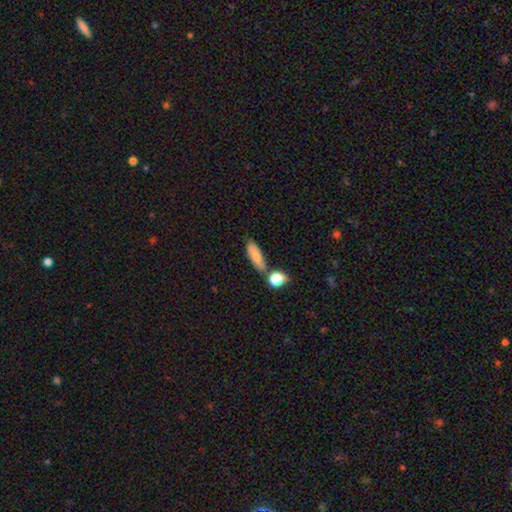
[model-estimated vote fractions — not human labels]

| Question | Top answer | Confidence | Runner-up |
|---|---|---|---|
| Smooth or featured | smooth | 78% | featured or disk (14%) |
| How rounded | in between | 62% | cigar-shaped (33%) |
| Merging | none | 62% | minor disturbance (16%) |